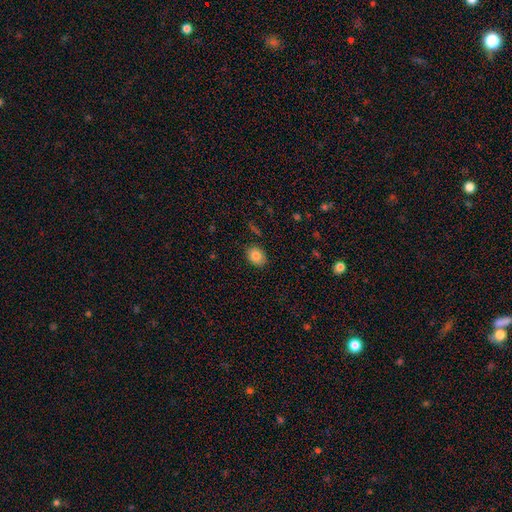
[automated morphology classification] smooth 83%, star or artifact 9%, featured or disk 8%. Down the decision tree: how rounded — in between (57%); merging — none (85%).